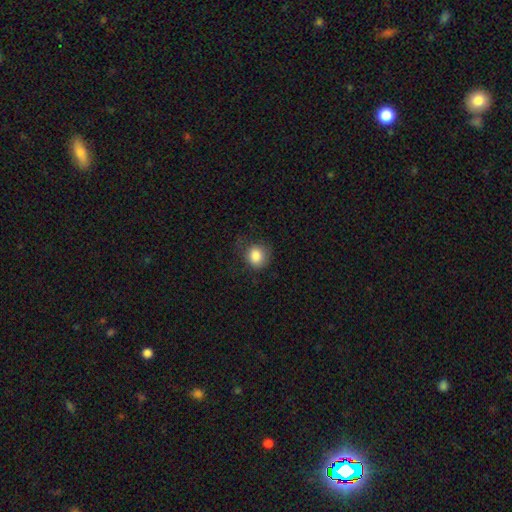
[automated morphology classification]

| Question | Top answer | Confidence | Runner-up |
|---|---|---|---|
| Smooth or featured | smooth | 85% | star or artifact (9%) |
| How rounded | round | 81% | in between (18%) |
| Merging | none | 63% | minor disturbance (24%) |